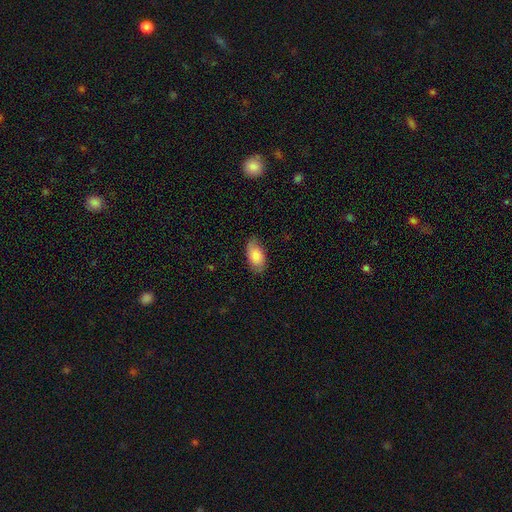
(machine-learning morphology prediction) Q: Smooth or featured?
A: smooth (82%); runner-up: featured or disk (12%)
Q: How rounded?
A: in between (94%); runner-up: round (4%)
Q: Merging?
A: none (75%); runner-up: minor disturbance (20%)